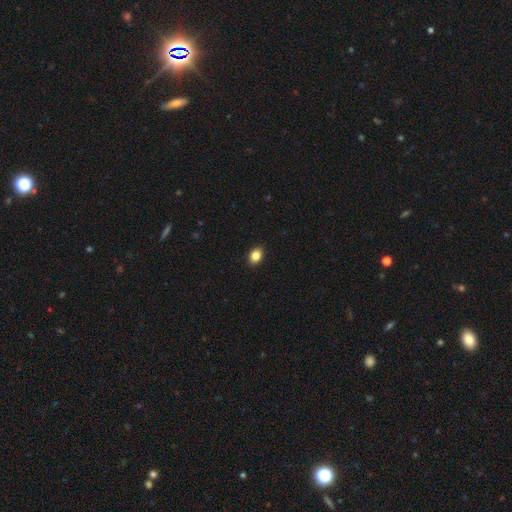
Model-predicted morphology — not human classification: Smooth or featured: smooth — 85% (star or artifact — 9%)
How rounded: in between — 66% (round — 33%)
Merging: none — 90% (minor disturbance — 7%)